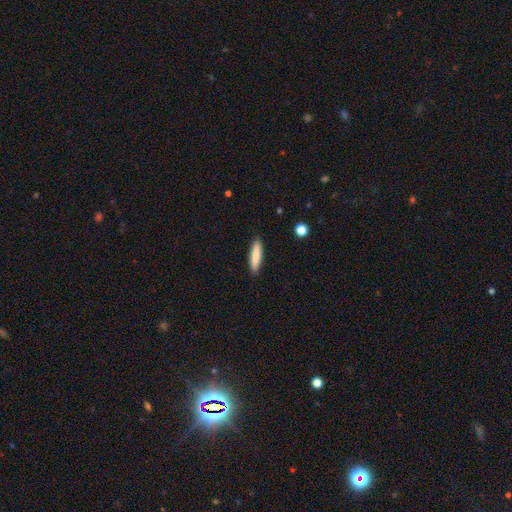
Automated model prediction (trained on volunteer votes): Smooth or featured: smooth — 85% (featured or disk — 9%)
How rounded: cigar-shaped — 79% (in between — 20%)
Merging: none — 90% (minor disturbance — 7%)